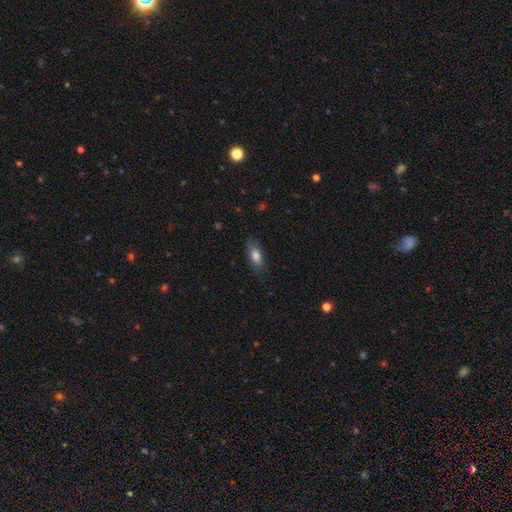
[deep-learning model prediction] The model was most divided on "how rounded": in between: 76%, cigar-shaped: 21%, round: 3%. More confident: smooth or featured — smooth (77%); merging — none (77%).